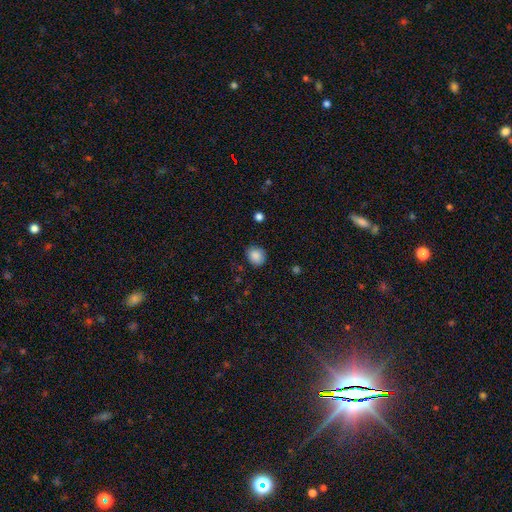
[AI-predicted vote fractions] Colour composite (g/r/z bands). It shows a smooth galaxy with no disk features (87%) that is round (66%). Merging: none (81%).